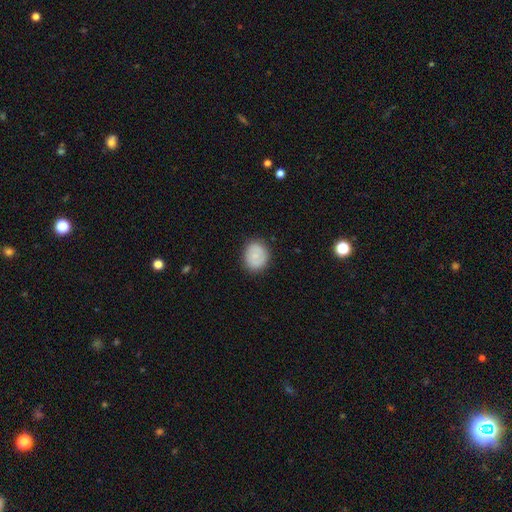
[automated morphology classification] Smooth or featured? Predicted: smooth (p=0.75). How rounded? Predicted: round (p=0.67). Merging? Predicted: none (p=0.85).